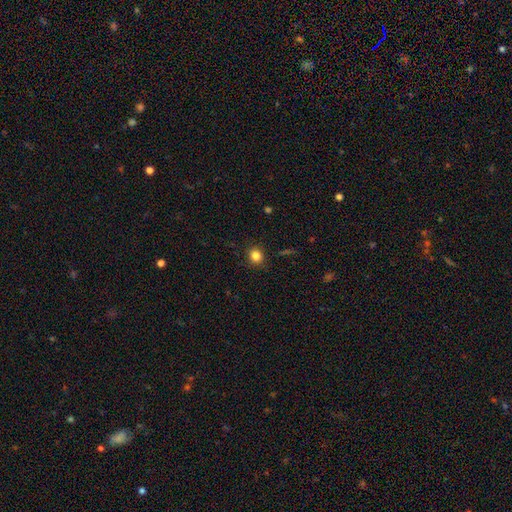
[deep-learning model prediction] Morphology: type=smooth (84%); roundness=round (80%); merging=none (89%).